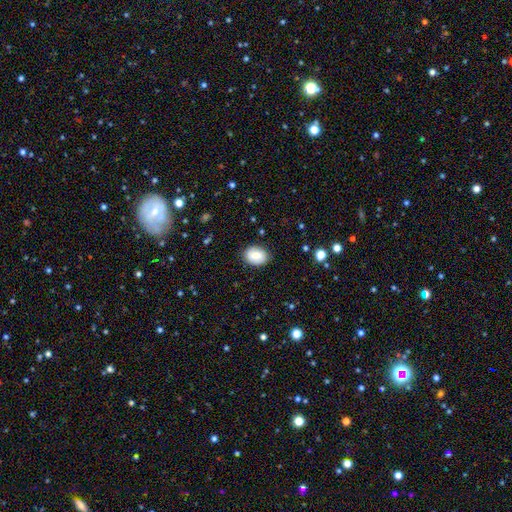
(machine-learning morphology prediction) A smooth galaxy with no disk features (76%) that is in between round and cigar-shaped (65%).

Vote fractions:
- Smooth or featured? smooth: 76% / featured or disk: 15% / star or artifact: 8%
- How rounded? in between: 65% / round: 34% / cigar-shaped: 1%
- Merging? none: 86% / minor disturbance: 10% / major disturbance: 3% / merger: 1%